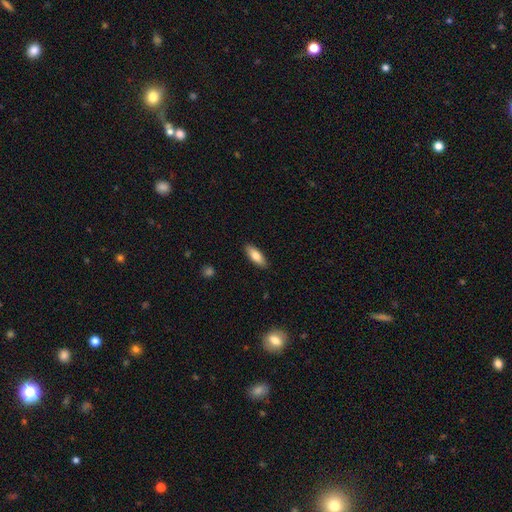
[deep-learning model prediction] Smooth or featured? smooth (81%)
How rounded? in between (68%)
Merging? none (88%)